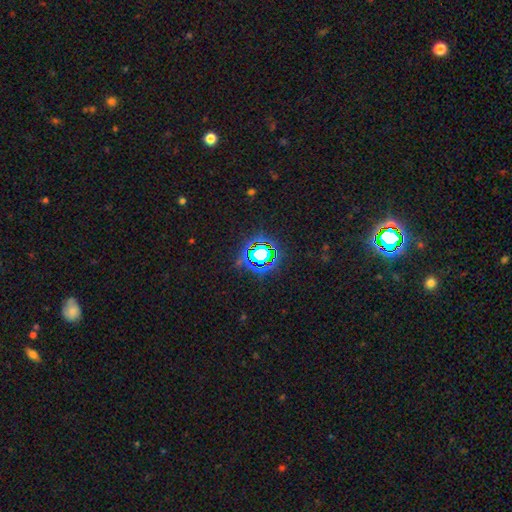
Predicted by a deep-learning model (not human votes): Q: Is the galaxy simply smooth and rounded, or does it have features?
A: star or artifact — 81%.